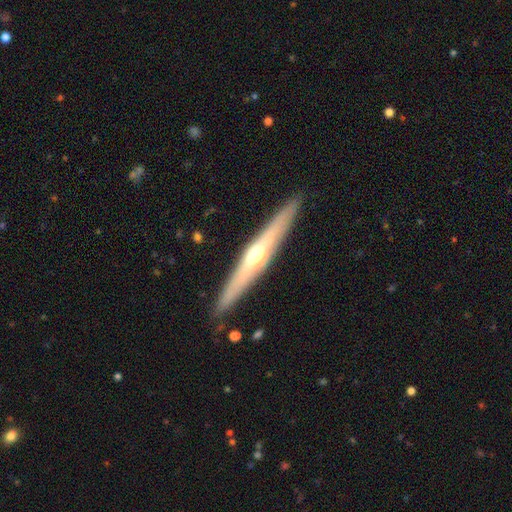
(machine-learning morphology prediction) Smooth or featured? Predicted: featured or disk (p=0.64). Edge-on disk? Predicted: yes (p=0.94). Edge-on bulge? Predicted: rounded (p=0.84). Merging? Predicted: none (p=0.89).